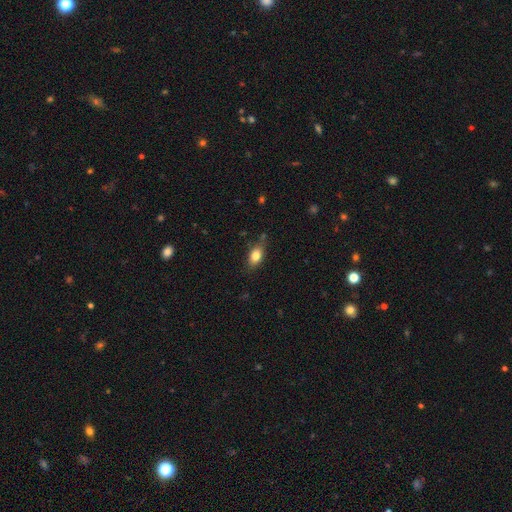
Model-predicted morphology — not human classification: This is clearly a smooth galaxy (81%). How rounded: clearly in between (82%). Merging: likely none (75%).